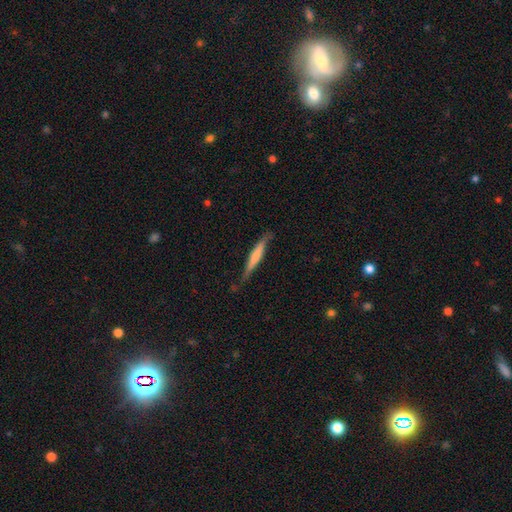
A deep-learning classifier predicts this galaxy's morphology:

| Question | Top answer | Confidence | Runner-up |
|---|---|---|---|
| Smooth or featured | smooth | 56% | featured or disk (39%) |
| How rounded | cigar-shaped | 93% | in between (6%) |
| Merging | none | 72% | minor disturbance (21%) |